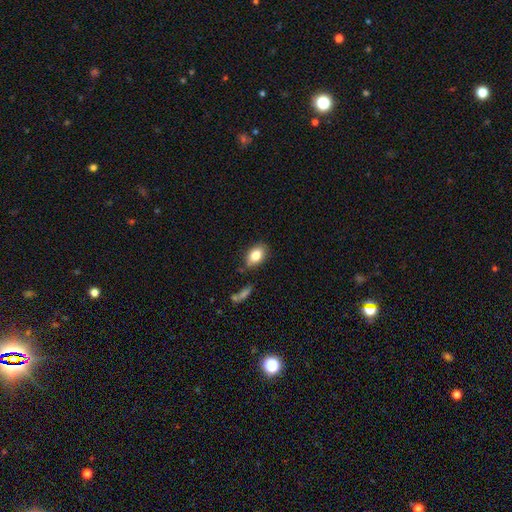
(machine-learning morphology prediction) smooth-or-featured: smooth: 82% | featured or disk: 10% | star or artifact: 8%
  how-rounded: in between: 86% | round: 12% | cigar-shaped: 2%
  merging: none: 81% | minor disturbance: 12% | merger: 3% | major disturbance: 3%